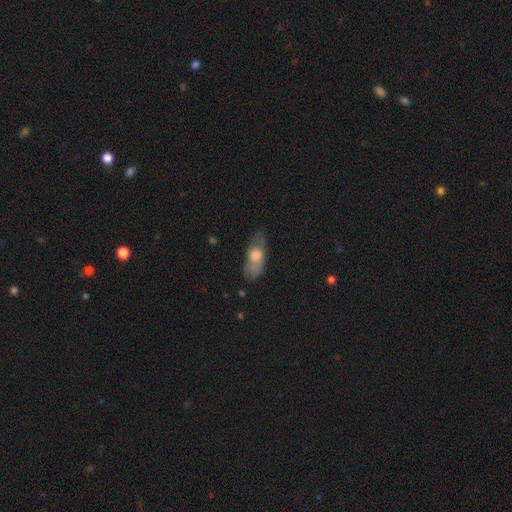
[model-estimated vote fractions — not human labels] Overall: smooth (61%; featured or disk 32%). How rounded: in between (72%). Merging: none (52%; minor disturbance 29%).